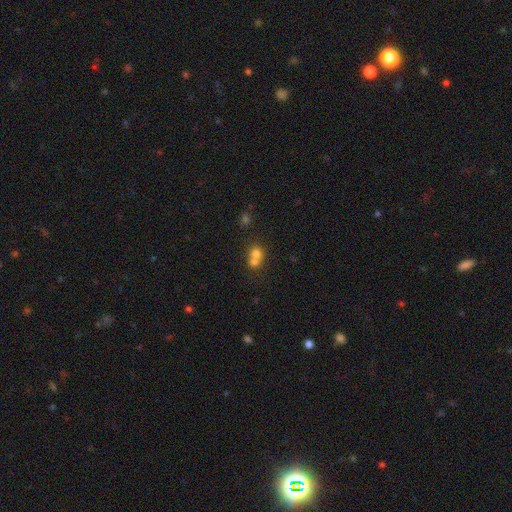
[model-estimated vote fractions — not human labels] A smooth galaxy with no disk features (71%) that is round (78%). Merging: merger (64%).